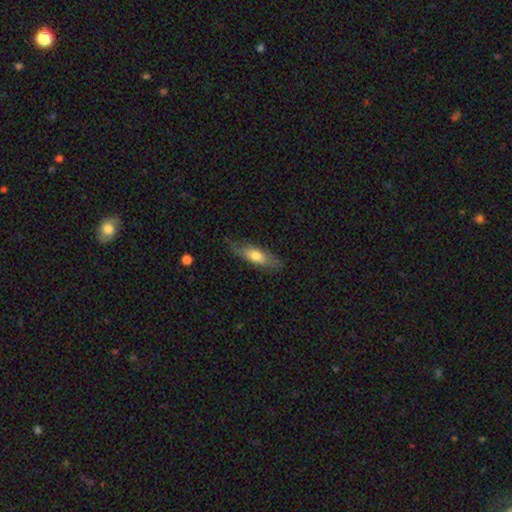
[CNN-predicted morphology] Smooth or featured? smooth (58%)
How rounded? in between (54%)
Merging? none (72%)